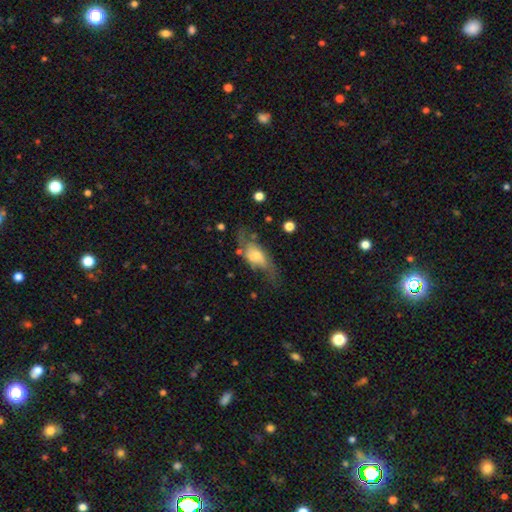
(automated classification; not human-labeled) Morphology: type=featured or disk (51%); edge-on=no (77%); merging=none (41%).